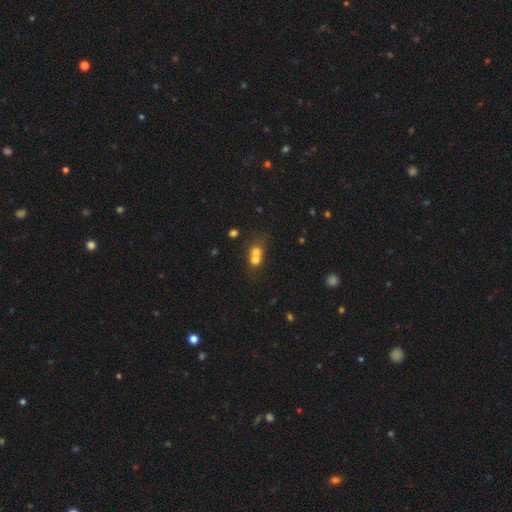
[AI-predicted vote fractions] Smooth or featured? smooth (66%)
How rounded? round (73%)
Merging? merger (67%)